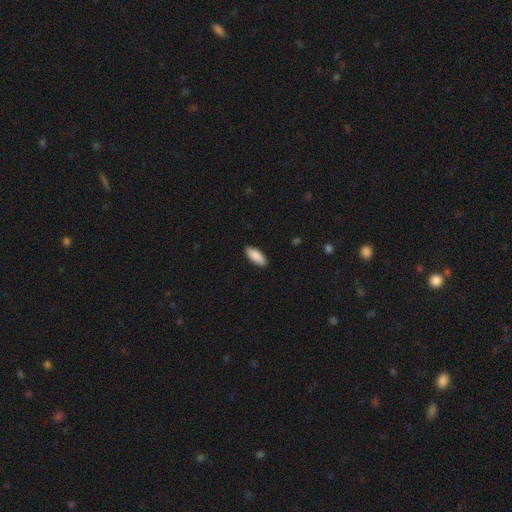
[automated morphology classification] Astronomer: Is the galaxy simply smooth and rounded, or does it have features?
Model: smooth — 89%.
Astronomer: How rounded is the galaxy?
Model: in between — 81%.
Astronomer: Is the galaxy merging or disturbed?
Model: none — 89%.